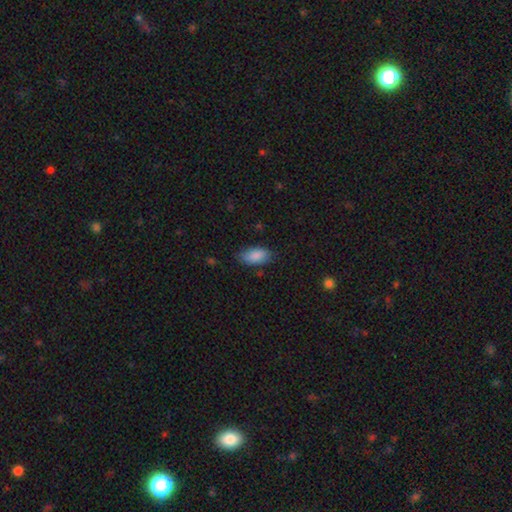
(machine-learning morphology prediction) smooth_or_featured: smooth (p=0.88) [alt: star or artifact p=0.07]
how_rounded: in between (p=0.92) [alt: cigar-shaped p=0.05]
merging: none (p=0.78) [alt: minor disturbance p=0.18]